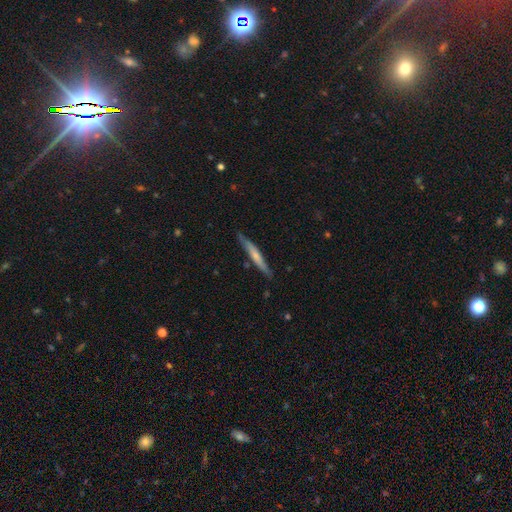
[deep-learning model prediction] Smooth or featured?
  - smooth: 51% *
  - featured or disk: 43%
  - star or artifact: 5%
How rounded?
  - cigar-shaped: 95% *
  - in between: 3%
  - round: 1%
Merging?
  - none: 83% *
  - minor disturbance: 13%
  - merger: 2%
  - major disturbance: 2%